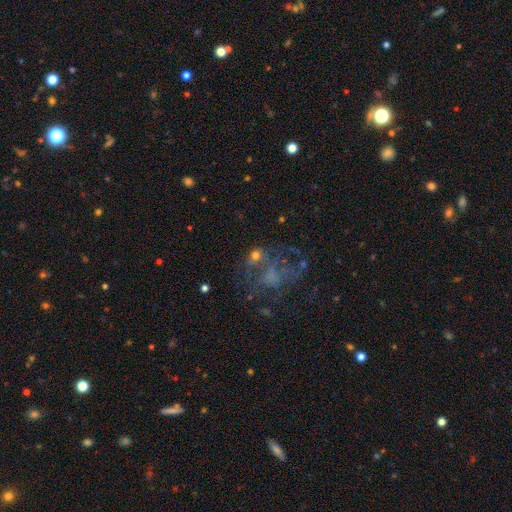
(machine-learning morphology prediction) type=smooth (41%); merging=none (42%).